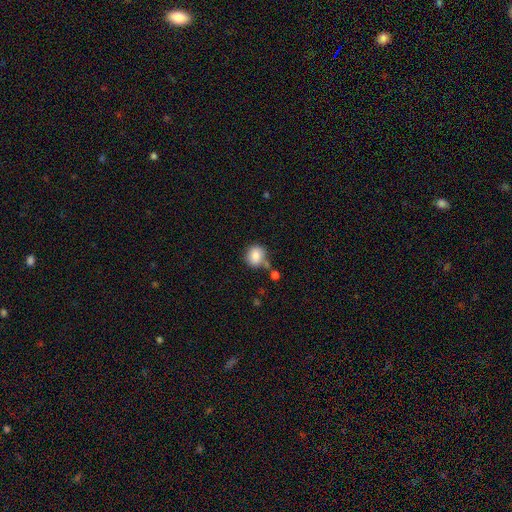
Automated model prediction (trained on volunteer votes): Morphology: type=smooth (83%); roundness=round (81%); merging=none (62%).